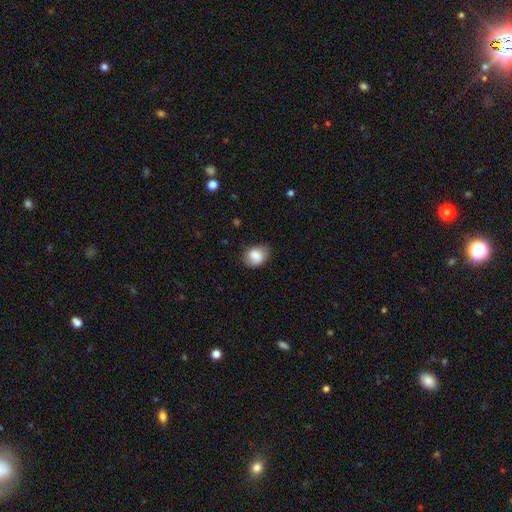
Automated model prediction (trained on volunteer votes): Morphology: type=smooth (80%); roundness=in between (54%); merging=none (69%).